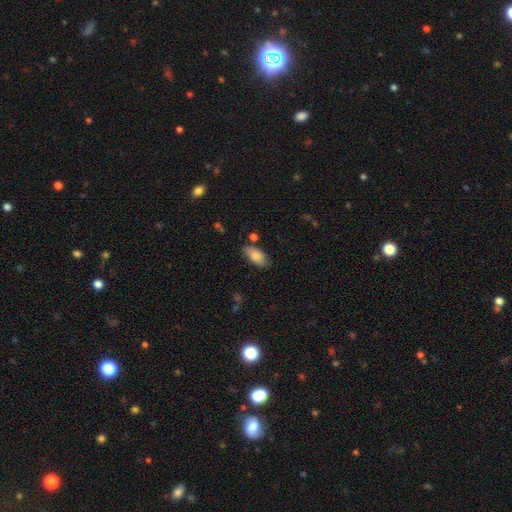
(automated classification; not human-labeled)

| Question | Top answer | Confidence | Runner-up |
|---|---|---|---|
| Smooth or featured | smooth | 80% | featured or disk (13%) |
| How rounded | in between | 90% | cigar-shaped (7%) |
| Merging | none | 76% | minor disturbance (16%) |